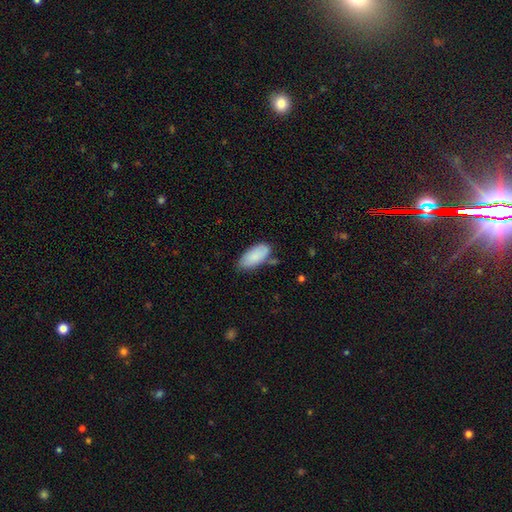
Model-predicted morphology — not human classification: This is clearly a smooth galaxy (86%). How rounded: clearly in between (91%). Merging: likely none (67%).